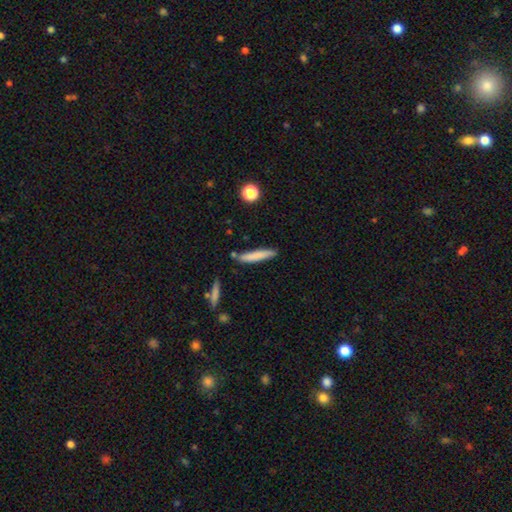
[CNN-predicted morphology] A smooth galaxy with no disk features (78%) that is cigar-shaped (91%).

Vote fractions:
- Smooth or featured? smooth: 78% / featured or disk: 16% / star or artifact: 7%
- How rounded? cigar-shaped: 91% / in between: 8% / round: 1%
- Merging? none: 80% / minor disturbance: 12% / merger: 5% / major disturbance: 2%